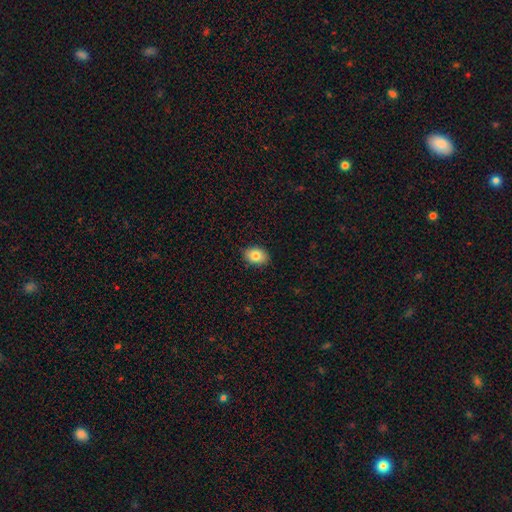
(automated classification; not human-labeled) This is clearly a smooth galaxy (81%). How rounded: likely in between (77%). Merging: clearly none (88%).